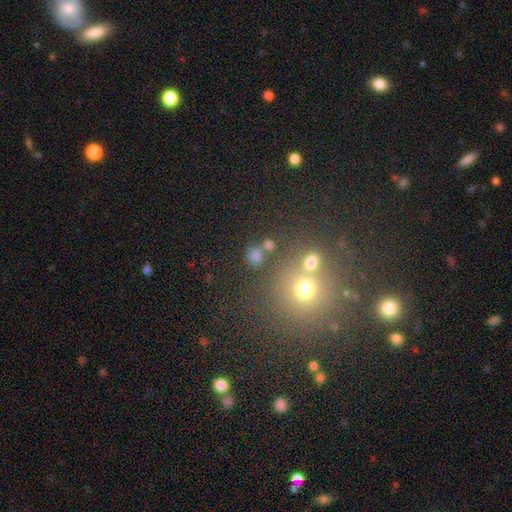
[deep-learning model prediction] This appears to be a smooth galaxy with no disk features (70%) that is round (80%). Merging: none (65%).